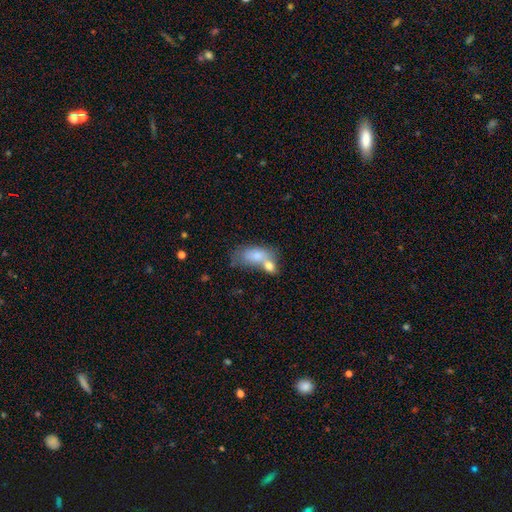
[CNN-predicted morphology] This is likely a smooth galaxy (75%). How rounded: clearly in between (86%). Merging: likely merger (60%).